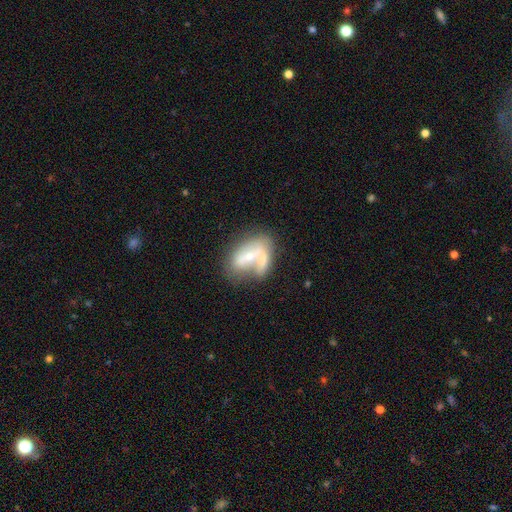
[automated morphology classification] Smooth or featured?
  - featured or disk: 48% *
  - smooth: 44%
  - star or artifact: 8%
Merging?
  - merger: 59% *
  - none: 20%
  - major disturbance: 11%
  - minor disturbance: 11%